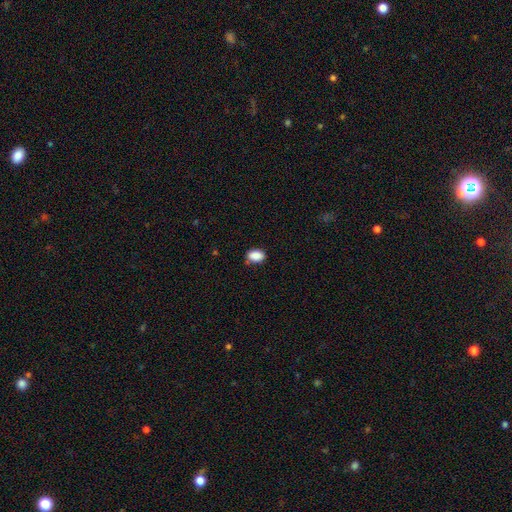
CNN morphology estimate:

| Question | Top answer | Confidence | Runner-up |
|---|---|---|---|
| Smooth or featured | smooth | 88% | star or artifact (8%) |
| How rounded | in between | 83% | round (16%) |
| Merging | none | 77% | minor disturbance (17%) |